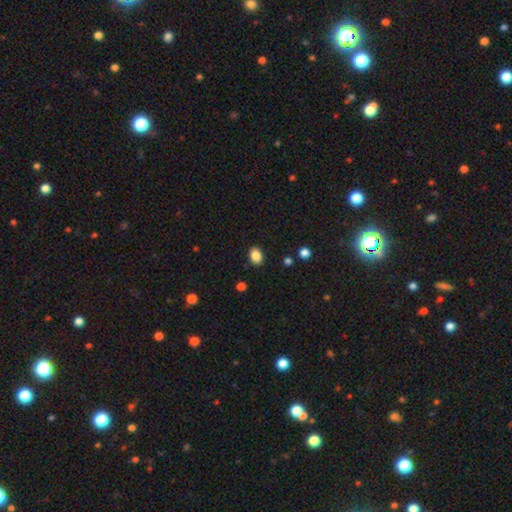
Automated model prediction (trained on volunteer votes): Q: Smooth or featured?
A: smooth (87%); runner-up: star or artifact (9%)
Q: How rounded?
A: in between (71%); runner-up: round (28%)
Q: Merging?
A: none (88%); runner-up: minor disturbance (8%)